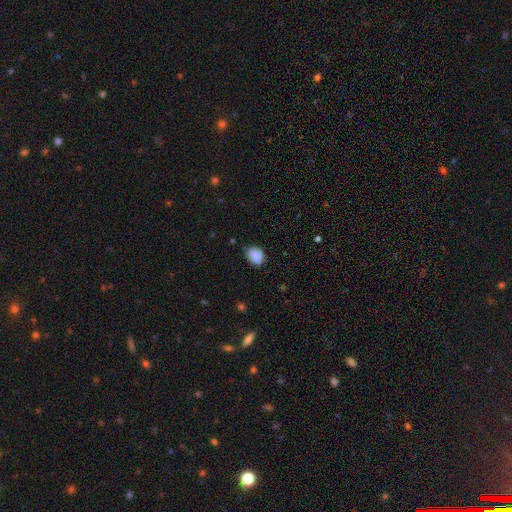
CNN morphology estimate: The model was most divided on "how rounded": in between: 58%, round: 41%, cigar-shaped: 1%. More confident: smooth or featured — smooth (85%); merging — none (68%).